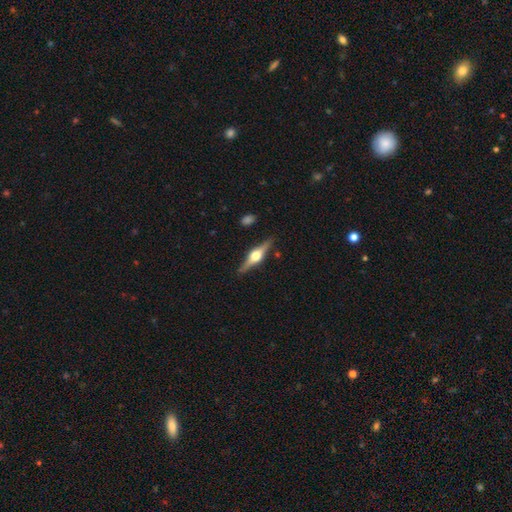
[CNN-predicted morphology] Smooth or featured? Predicted: featured or disk (p=0.79). Edge-on disk? Predicted: yes (p=0.98). Edge-on bulge? Predicted: rounded (p=0.95). Merging? Predicted: none (p=0.88).